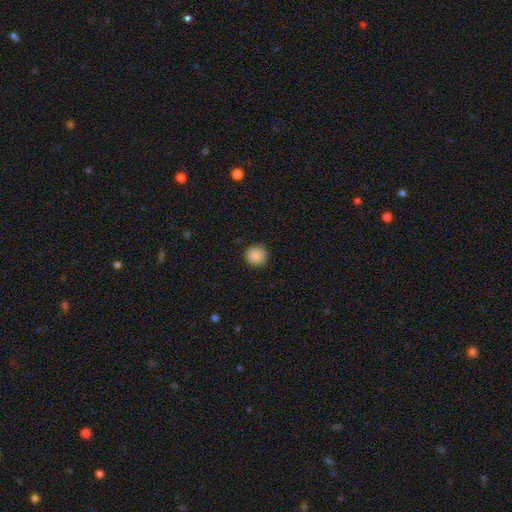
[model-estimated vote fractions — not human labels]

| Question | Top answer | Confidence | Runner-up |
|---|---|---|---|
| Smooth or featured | smooth | 88% | star or artifact (8%) |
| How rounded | round | 94% | in between (5%) |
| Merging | none | 88% | minor disturbance (9%) |